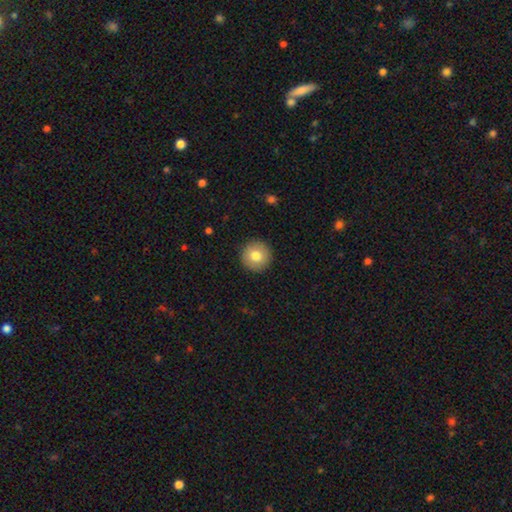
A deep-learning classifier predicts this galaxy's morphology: type=smooth (79%); roundness=round (96%); merging=none (93%).